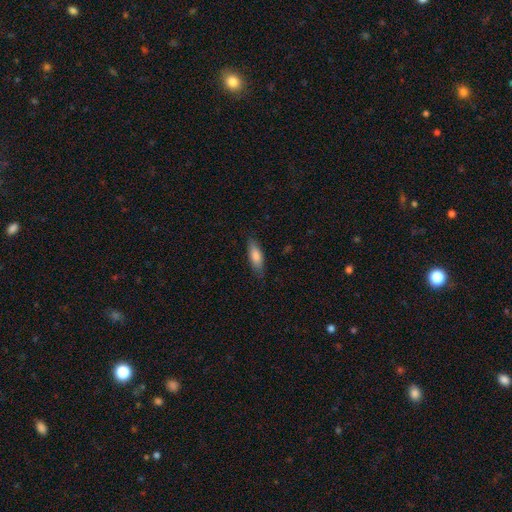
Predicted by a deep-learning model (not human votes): Overall: smooth (79%). How rounded: in between (59%; cigar-shaped 39%). Merging: none (83%).